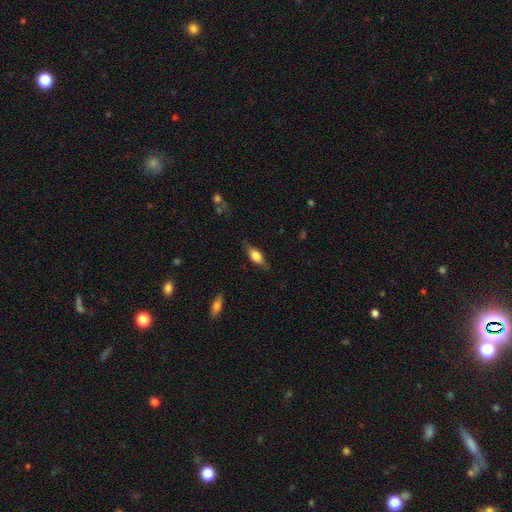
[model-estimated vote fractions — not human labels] This is likely a smooth galaxy (66%). How rounded: likely in between (77%). Merging: likely none (78%).